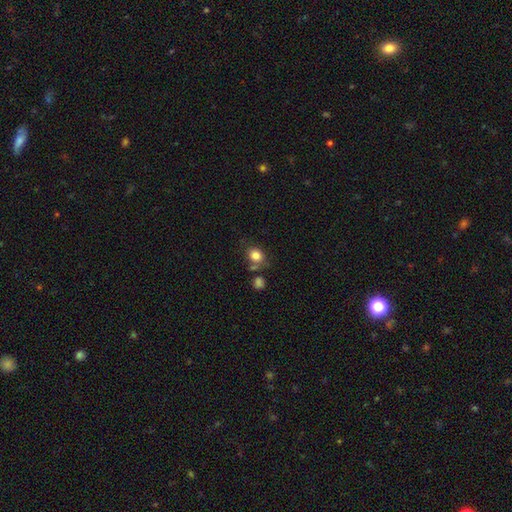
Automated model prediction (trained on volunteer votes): Morphology: type=smooth (82%); roundness=round (61%); merging=none (65%).